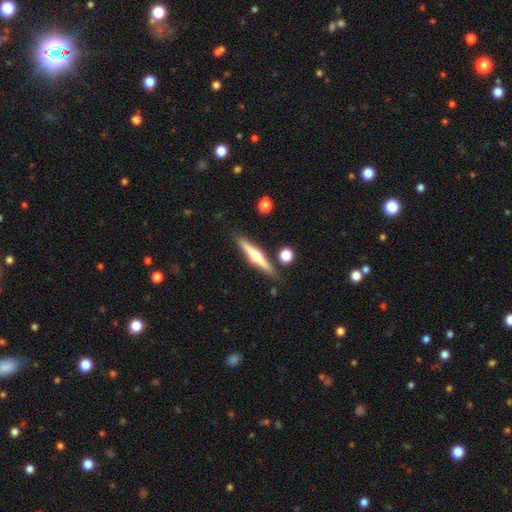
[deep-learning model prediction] Morphology: type=featured or disk (63%); edge-on=yes (97%); edge-on bulge=rounded (90%); merging=none (84%).